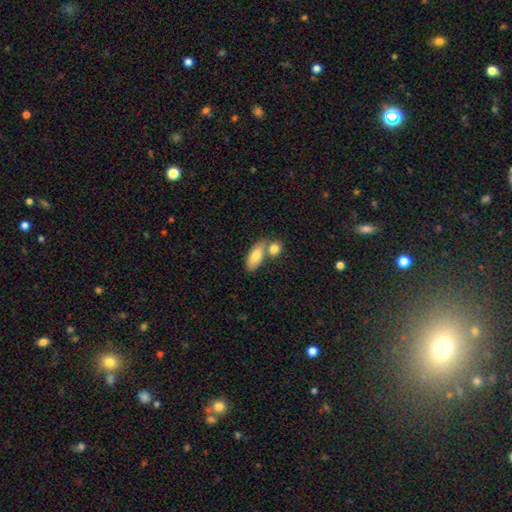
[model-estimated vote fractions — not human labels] smooth-or-featured: smooth: 82% | featured or disk: 12% | star or artifact: 6%
  how-rounded: in between: 81% | cigar-shaped: 12% | round: 7%
  merging: none: 44% | merger: 41% | minor disturbance: 11% | major disturbance: 4%